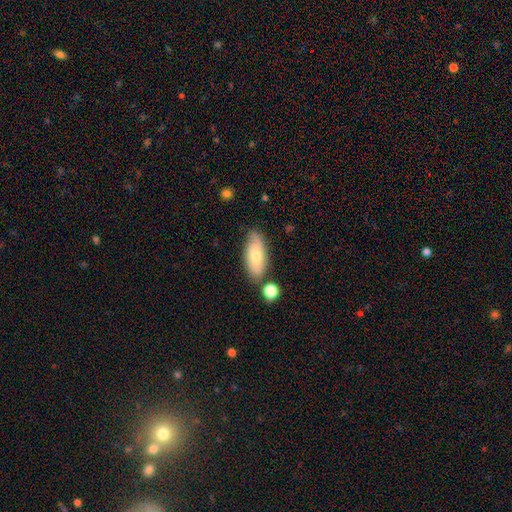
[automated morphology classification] This appears to be a smooth galaxy with no disk features (68%) that is in between round and cigar-shaped (85%). Merging: none (69%).